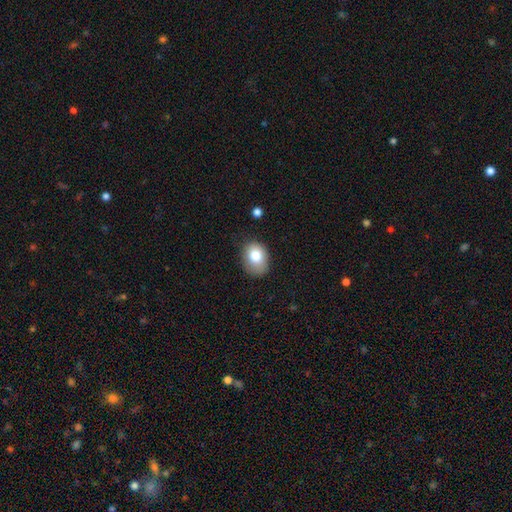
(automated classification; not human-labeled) A smooth galaxy with no disk features (78%) that is in between round and cigar-shaped (64%). Merging: none (69%).